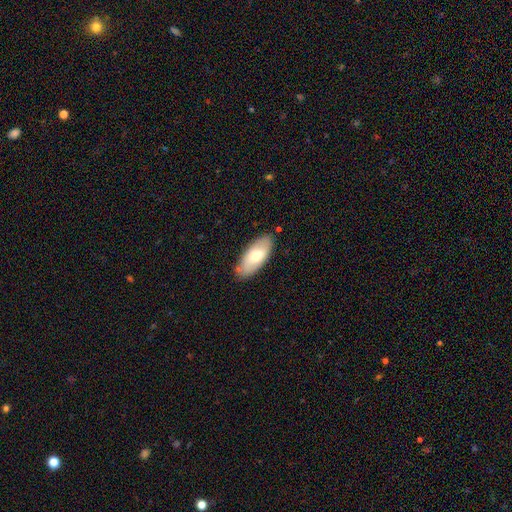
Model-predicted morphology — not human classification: This appears to be a smooth galaxy with no disk features (70%) that is in between round and cigar-shaped (88%). Merging: none (80%).